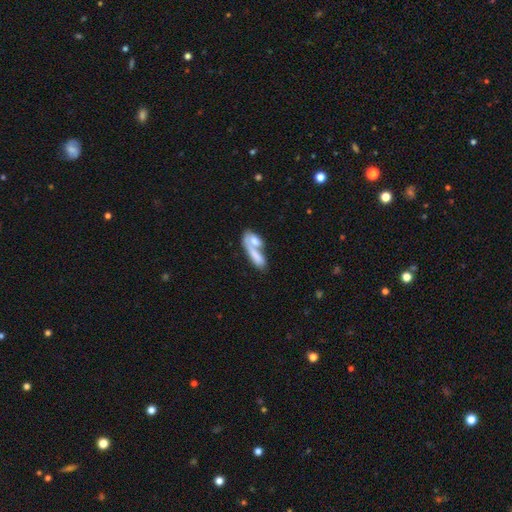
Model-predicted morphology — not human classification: This appears to be a smooth galaxy with no disk features (69%) that is in between round and cigar-shaped (64%). Merging: merger (64%).